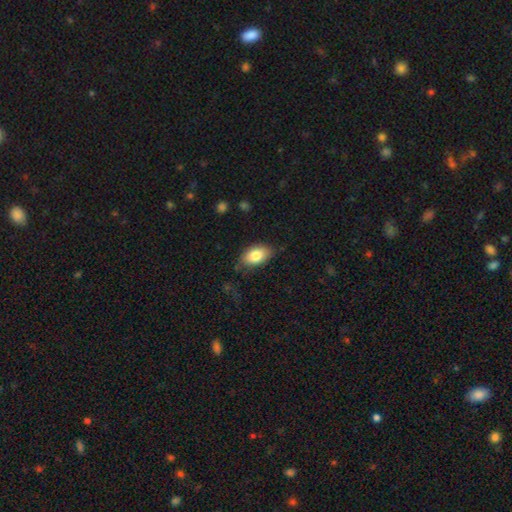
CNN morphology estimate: This is clearly a smooth galaxy (81%). How rounded: clearly in between (91%). Merging: likely none (76%).